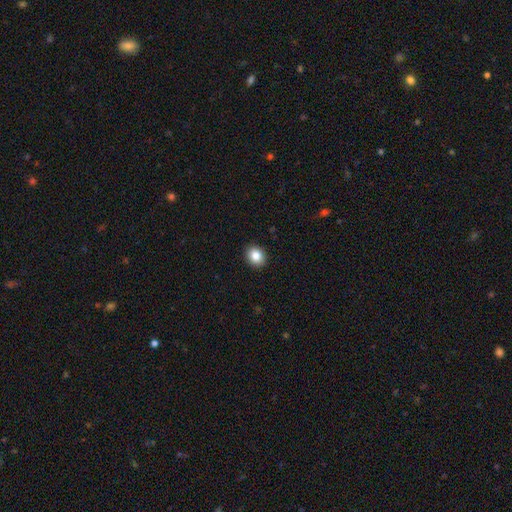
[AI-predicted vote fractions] Smooth or featured?
  - smooth: 85% *
  - star or artifact: 9%
  - featured or disk: 5%
How rounded?
  - round: 66% *
  - in between: 34%
  - cigar-shaped: 1%
Merging?
  - none: 92% *
  - minor disturbance: 5%
  - major disturbance: 2%
  - merger: 1%